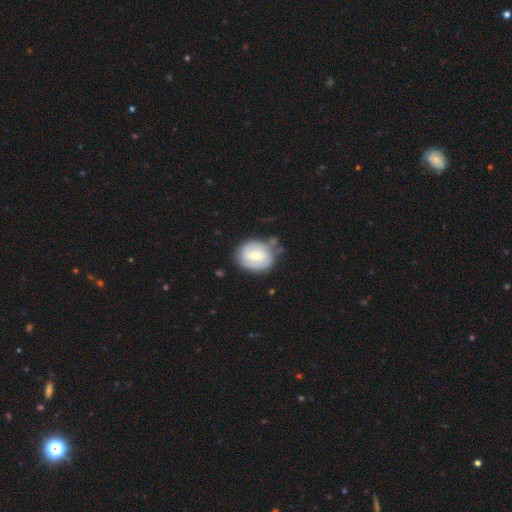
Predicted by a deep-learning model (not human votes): smooth-or-featured: featured or disk: 50% | smooth: 44% | star or artifact: 6%
  merging: none: 61% | minor disturbance: 25% | major disturbance: 9% | merger: 5%